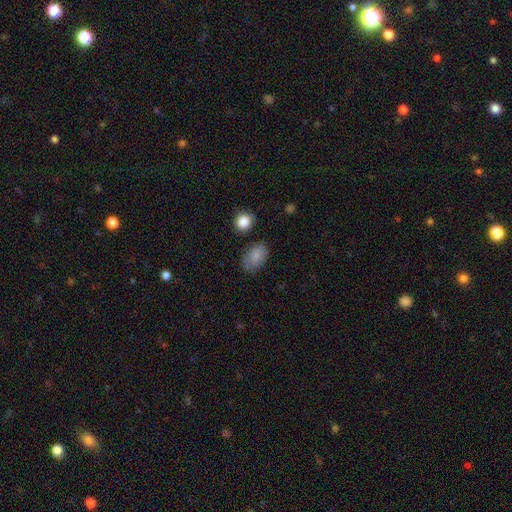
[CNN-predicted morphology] Smooth or featured? Predicted: smooth (p=0.86). How rounded? Predicted: in between (p=0.88). Merging? Predicted: none (p=0.75).